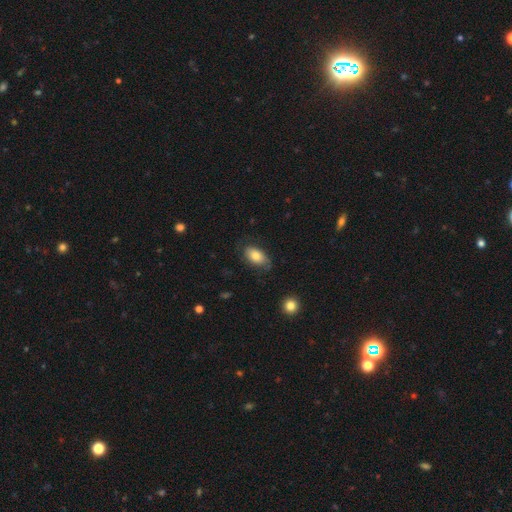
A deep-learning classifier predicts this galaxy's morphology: A smooth galaxy with no disk features (76%) that is in between round and cigar-shaped (91%).

Vote fractions:
- Smooth or featured? smooth: 76% / featured or disk: 17% / star or artifact: 7%
- How rounded? in between: 91% / round: 6% / cigar-shaped: 2%
- Merging? none: 68% / minor disturbance: 23% / major disturbance: 8% / merger: 1%